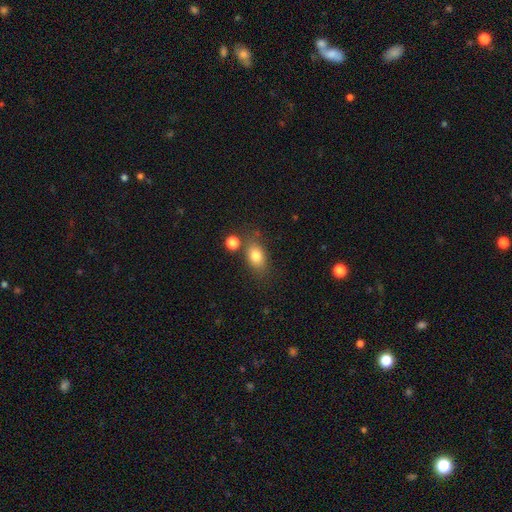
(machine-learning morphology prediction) The model was most divided on "merging": none: 70%, minor disturbance: 15%, merger: 10%, major disturbance: 5%. More confident: smooth or featured — smooth (80%); how rounded — in between (77%).